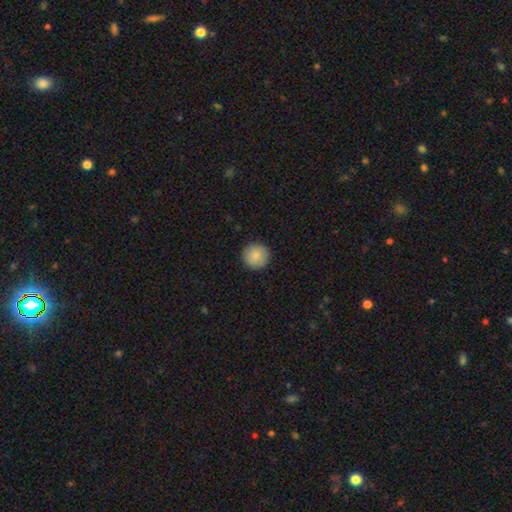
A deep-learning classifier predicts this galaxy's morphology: A smooth galaxy with no disk features (87%) that is round (96%).

Vote fractions:
- Smooth or featured? smooth: 87% / star or artifact: 8% / featured or disk: 5%
- How rounded? round: 96% / in between: 3% / cigar-shaped: 1%
- Merging? none: 93% / minor disturbance: 5% / major disturbance: 2% / merger: 1%